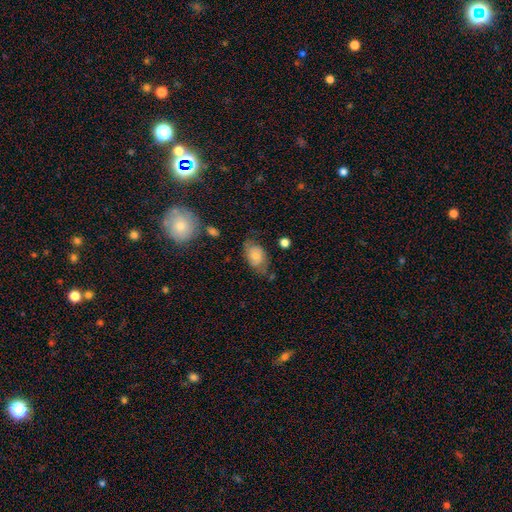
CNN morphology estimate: smooth 57%, featured or disk 34%, star or artifact 8%. Down the decision tree: how rounded — in between (83%); merging — none (56%).